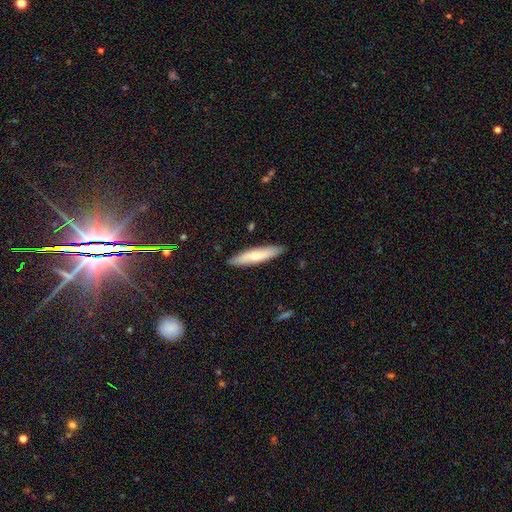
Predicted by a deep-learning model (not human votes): Smooth or featured?
  - smooth: 64% *
  - featured or disk: 31%
  - star or artifact: 5%
How rounded?
  - cigar-shaped: 80% *
  - in between: 18%
  - round: 2%
Merging?
  - none: 89% *
  - minor disturbance: 9%
  - major disturbance: 1%
  - merger: 1%